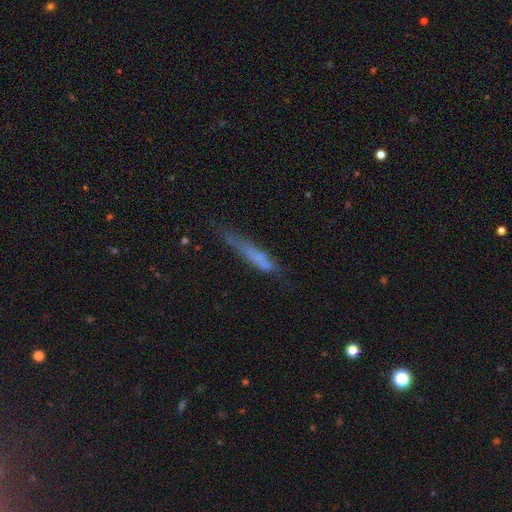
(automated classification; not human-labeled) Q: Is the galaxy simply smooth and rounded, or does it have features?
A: smooth — 53%.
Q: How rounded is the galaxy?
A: cigar-shaped — 89%.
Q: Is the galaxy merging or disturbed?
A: none — 53%.